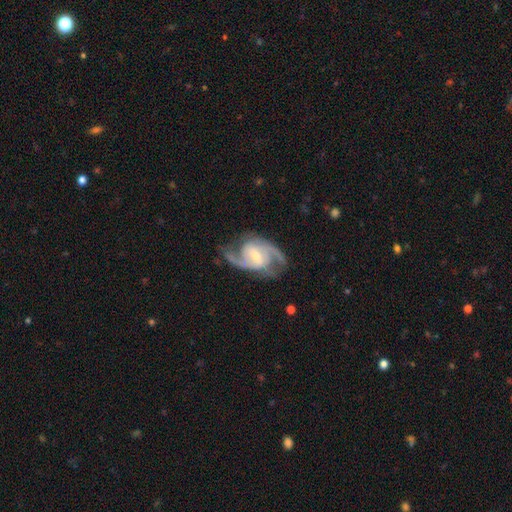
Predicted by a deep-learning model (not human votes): Morphology: type=featured or disk (90%); edge-on=no (97%); bar=weak (51%); spiral arms=yes (98%); winding=medium (57%); arm count=2 (87%); bulge=small (51%); merging=none (73%).